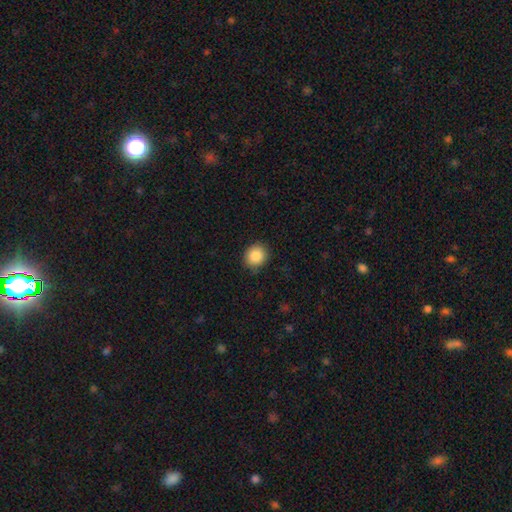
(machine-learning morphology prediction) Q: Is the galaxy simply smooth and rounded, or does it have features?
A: smooth — 86%.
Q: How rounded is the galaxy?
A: round — 79%.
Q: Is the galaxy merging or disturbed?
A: none — 88%.